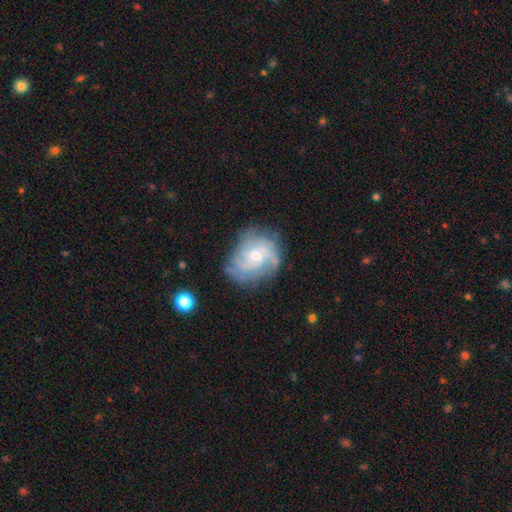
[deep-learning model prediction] Smooth or featured?
  - featured or disk: 80% *
  - smooth: 13%
  - star or artifact: 7%
Edge-on disk?
  - no: 97% *
  - yes: 3%
Bar?
  - no: 66% *
  - weak: 30%
  - strong: 4%
Spiral arms?
  - yes: 94% *
  - no: 6%
Spiral winding?
  - tight: 53% *
  - medium: 35%
  - loose: 12%
Spiral arm count?
  - can't tell: 35% *
  - 3: 21%
  - 4: 17%
  - 2: 15%
  - more than 4: 6%
  - 1: 6%
Bulge size?
  - small: 62% *
  - moderate: 35%
  - large: 1%
  - none: 1%
  - dominant: 1%
Merging?
  - none: 70% *
  - minor disturbance: 20%
  - major disturbance: 8%
  - merger: 2%